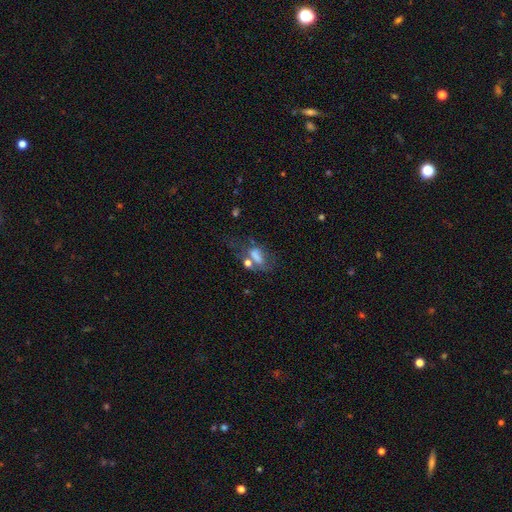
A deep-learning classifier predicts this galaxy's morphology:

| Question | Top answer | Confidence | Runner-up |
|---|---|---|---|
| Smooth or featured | smooth | 50% | featured or disk (31%) |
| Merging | none | 36% | major disturbance (25%) |